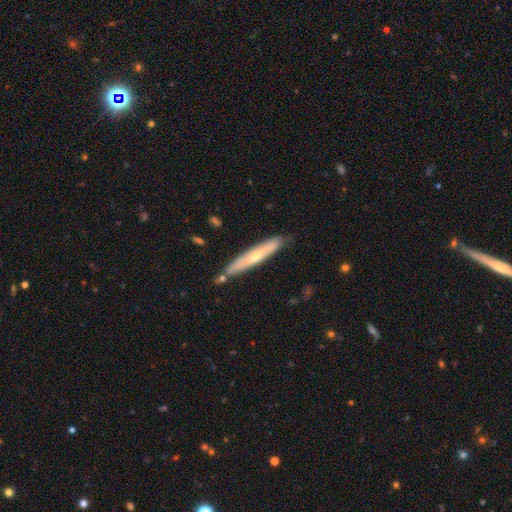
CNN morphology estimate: A featured or disk galaxy (48%).

Vote fractions:
- Smooth or featured? featured or disk: 48% / smooth: 46% / star or artifact: 6%
- Merging? none: 79% / minor disturbance: 14% / merger: 4% / major disturbance: 2%